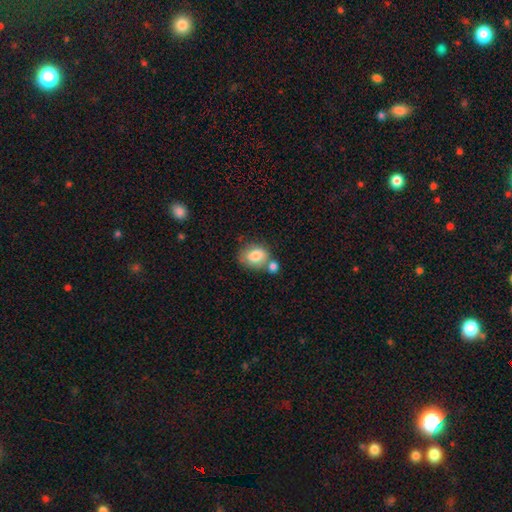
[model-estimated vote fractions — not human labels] Smooth or featured?
  - smooth: 80% *
  - featured or disk: 12%
  - star or artifact: 8%
How rounded?
  - in between: 60% *
  - round: 39%
  - cigar-shaped: 1%
Merging?
  - none: 47% *
  - merger: 30%
  - minor disturbance: 17%
  - major disturbance: 6%